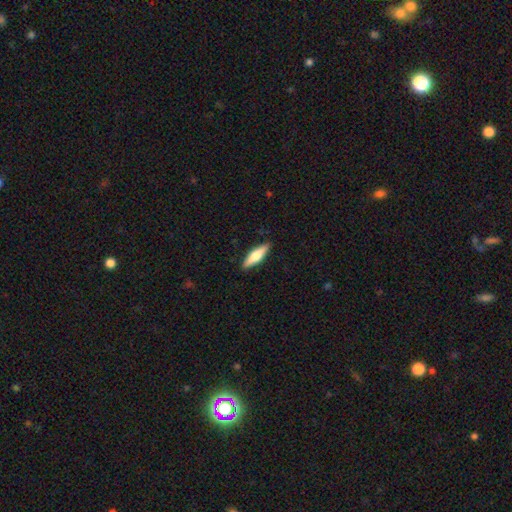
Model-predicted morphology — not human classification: A smooth galaxy with no disk features (58%) that is cigar-shaped (64%).

Vote fractions:
- Smooth or featured? smooth: 58% / featured or disk: 36% / star or artifact: 6%
- How rounded? cigar-shaped: 64% / in between: 34% / round: 2%
- Merging? none: 89% / minor disturbance: 8% / major disturbance: 2% / merger: 1%